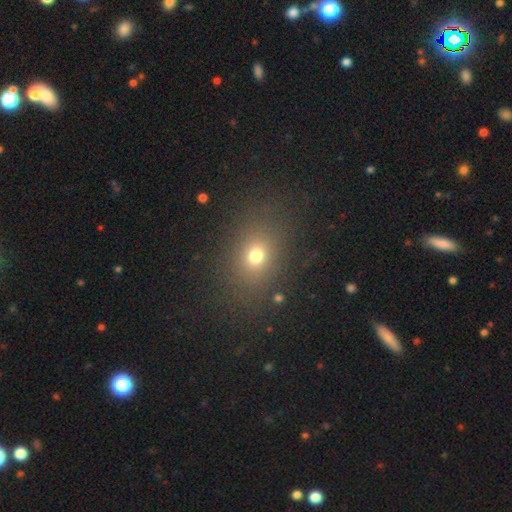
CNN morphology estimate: Smooth or featured? Predicted: smooth (p=0.71). How rounded? Predicted: in between (p=0.53). Merging? Predicted: none (p=0.81).